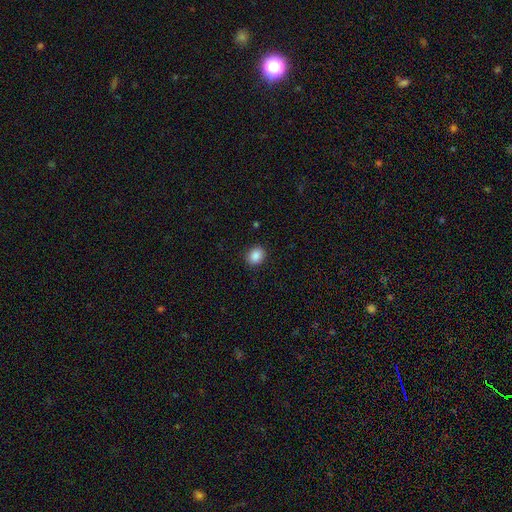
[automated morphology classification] Smooth or featured?
  - smooth: 88% *
  - star or artifact: 9%
  - featured or disk: 3%
How rounded?
  - round: 61% *
  - in between: 38%
  - cigar-shaped: 1%
Merging?
  - none: 90% *
  - minor disturbance: 7%
  - major disturbance: 2%
  - merger: 1%